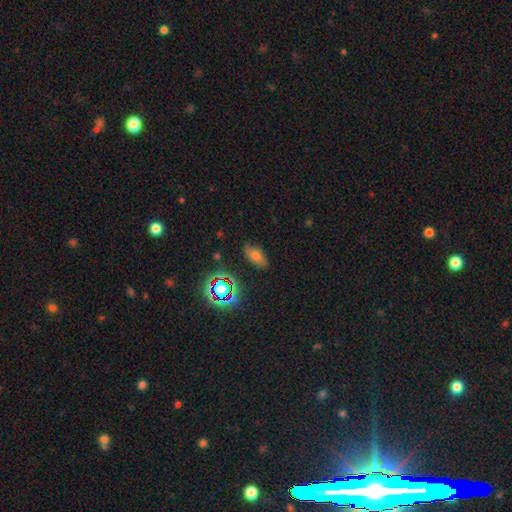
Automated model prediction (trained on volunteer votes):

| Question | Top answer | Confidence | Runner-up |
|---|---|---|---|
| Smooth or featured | smooth | 48% | star or artifact (29%) |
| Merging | none | 72% | minor disturbance (19%) |